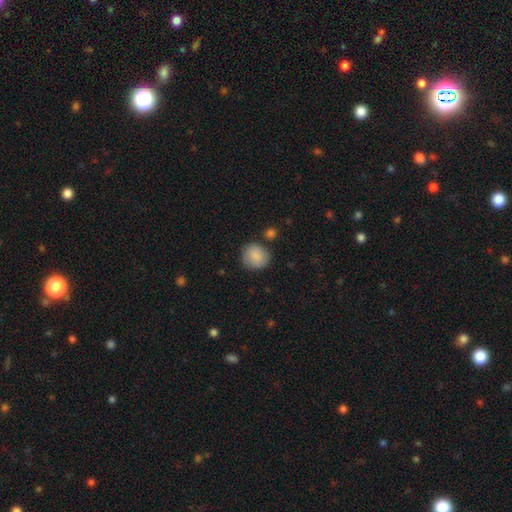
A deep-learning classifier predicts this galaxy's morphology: smooth 86%, star or artifact 7%, featured or disk 7%. Down the decision tree: how rounded — round (84%); merging — none (78%).